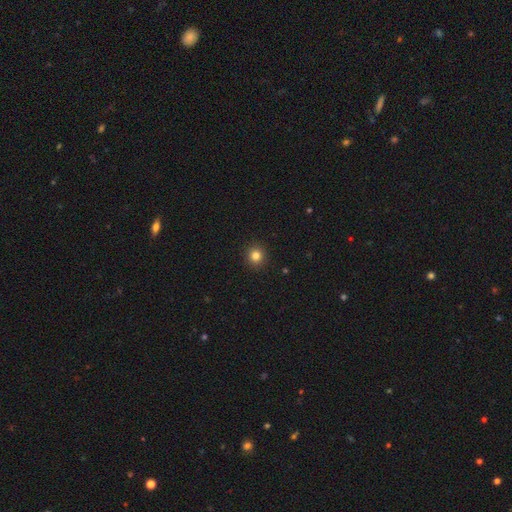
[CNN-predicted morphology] Q: Smooth or featured?
A: smooth (83%); runner-up: star or artifact (13%)
Q: How rounded?
A: round (92%); runner-up: in between (7%)
Q: Merging?
A: none (93%); runner-up: minor disturbance (5%)